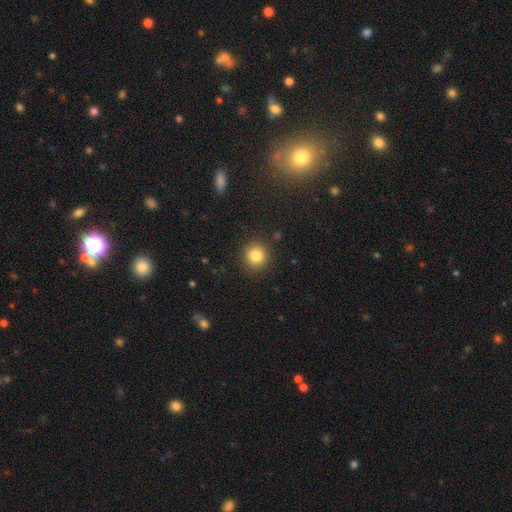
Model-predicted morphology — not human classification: A smooth galaxy with no disk features (83%) that is round (91%).

Vote fractions:
- Smooth or featured? smooth: 83% / star or artifact: 11% / featured or disk: 6%
- How rounded? round: 91% / in between: 8% / cigar-shaped: 1%
- Merging? none: 89% / minor disturbance: 7% / major disturbance: 2% / merger: 1%